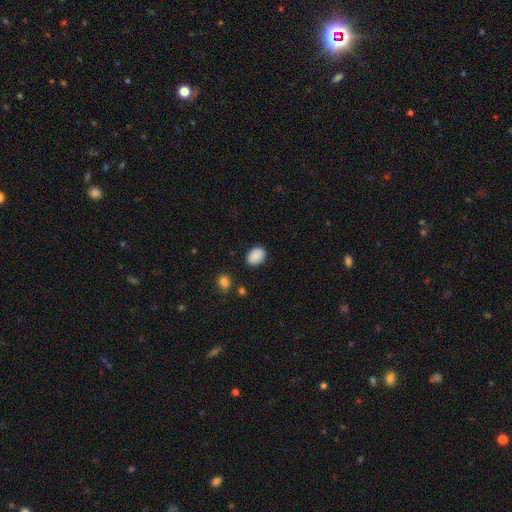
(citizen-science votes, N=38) smooth 92%, featured or disk 5%, star or artifact 3%. Down the decision tree: how rounded — in between (77%); merging — none (92%).